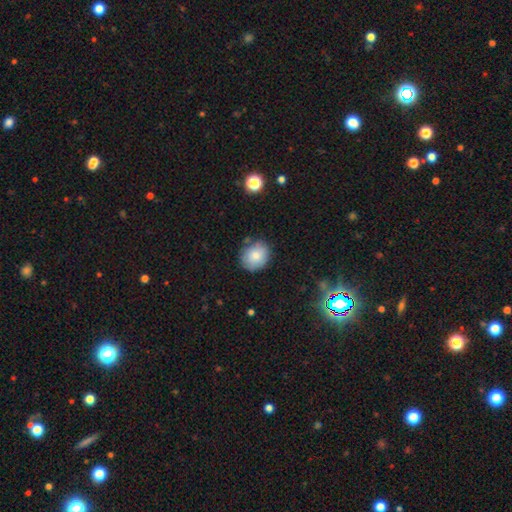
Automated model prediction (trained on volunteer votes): Smooth or featured? Predicted: smooth (p=0.81). How rounded? Predicted: round (p=0.74). Merging? Predicted: none (p=0.78).